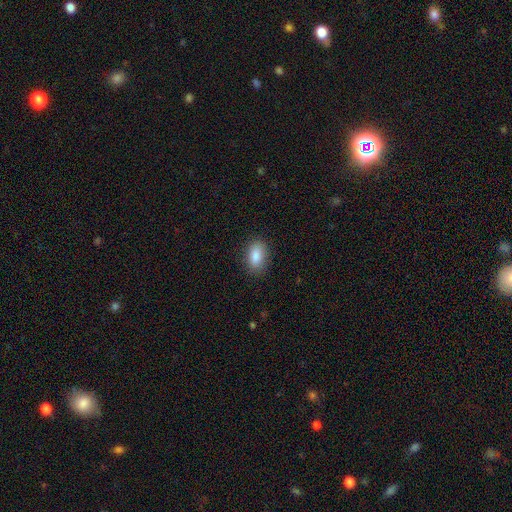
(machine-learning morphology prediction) Smooth or featured? smooth (87%)
How rounded? in between (90%)
Merging? none (86%)